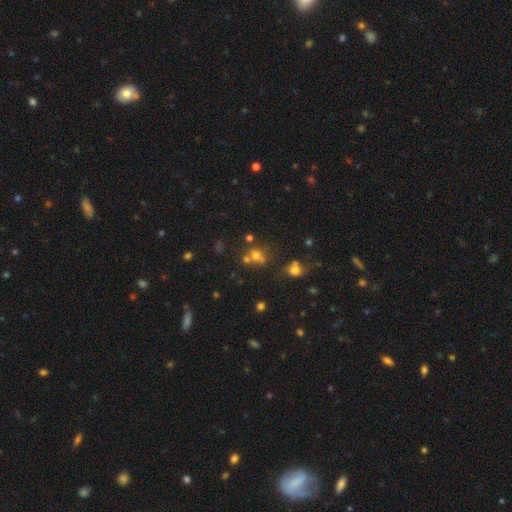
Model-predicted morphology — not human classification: A smooth galaxy with no disk features (61%) that is round (67%).

Vote fractions:
- Smooth or featured? smooth: 61% / star or artifact: 24% / featured or disk: 16%
- How rounded? round: 67% / in between: 31% / cigar-shaped: 2%
- Merging? none: 45% / merger: 35% / minor disturbance: 12% / major disturbance: 7%